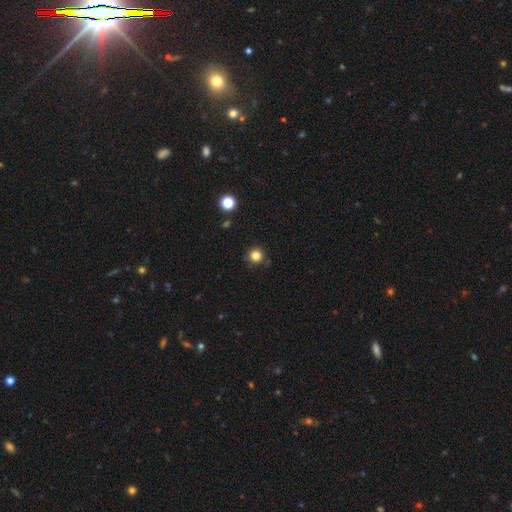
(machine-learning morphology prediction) smooth_or_featured: smooth (p=0.82) [alt: star or artifact p=0.13]
how_rounded: round (p=0.95) [alt: in between p=0.04]
merging: none (p=0.87) [alt: minor disturbance p=0.09]